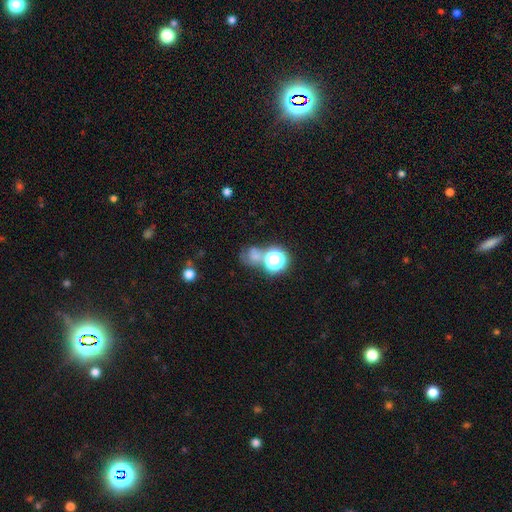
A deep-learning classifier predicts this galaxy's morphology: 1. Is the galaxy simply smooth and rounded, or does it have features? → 59% smooth, 28% star or artifact, 13% featured or disk.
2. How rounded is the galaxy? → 73% round, 26% in between, 1% cigar-shaped.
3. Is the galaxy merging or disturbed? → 46% none, 28% merger, 14% minor disturbance, 12% major disturbance.